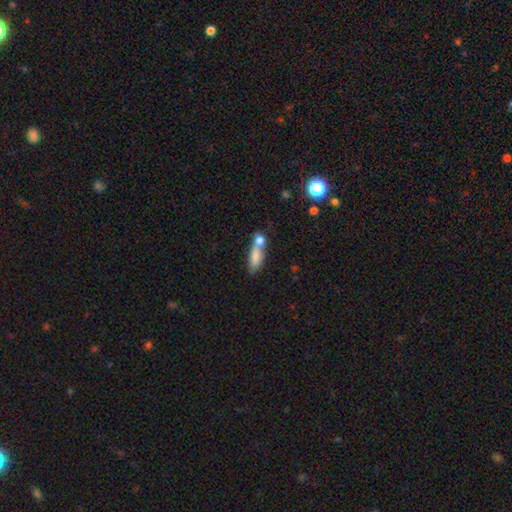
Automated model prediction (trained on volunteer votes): A smooth galaxy with no disk features (77%) that is in between round and cigar-shaped (61%).

Vote fractions:
- Smooth or featured? smooth: 77% / featured or disk: 14% / star or artifact: 8%
- How rounded? in between: 61% / cigar-shaped: 34% / round: 5%
- Merging? merger: 53% / none: 30% / minor disturbance: 11% / major disturbance: 6%